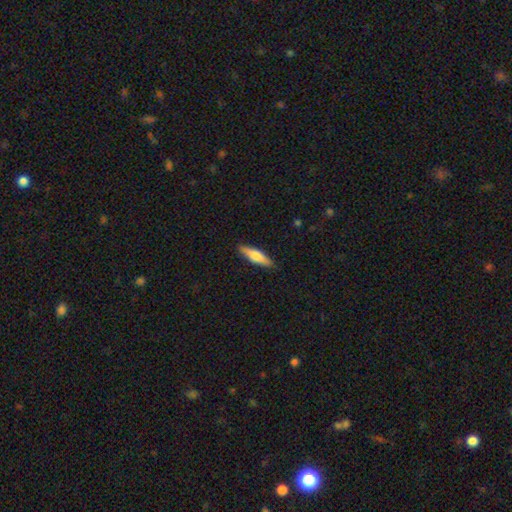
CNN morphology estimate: type=smooth (63%); roundness=cigar-shaped (68%); merging=none (89%).